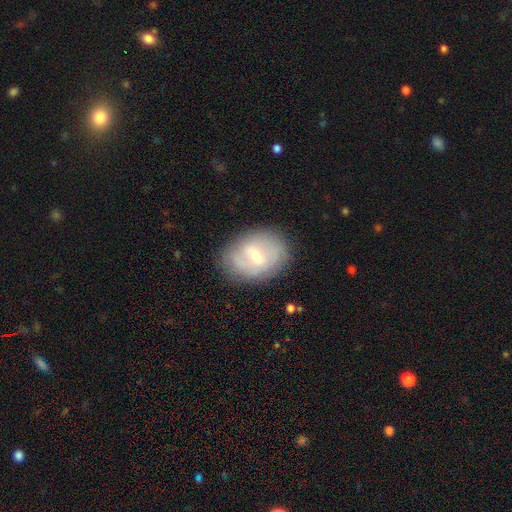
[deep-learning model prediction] This is possibly a featured or disk galaxy (47%). Merging: clearly none (80%).